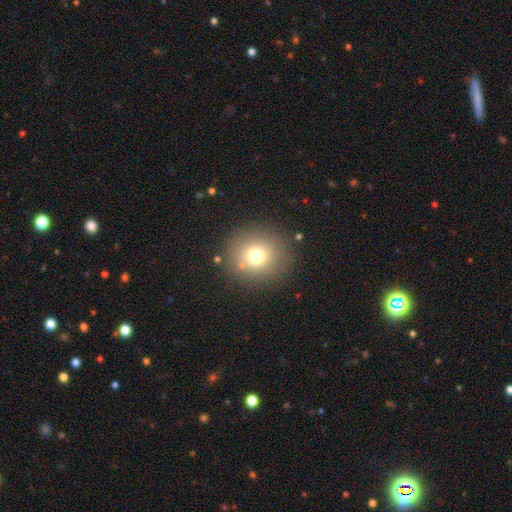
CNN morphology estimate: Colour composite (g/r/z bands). It shows a smooth galaxy with no disk features (73%) that is round (88%). Merging: none (85%).